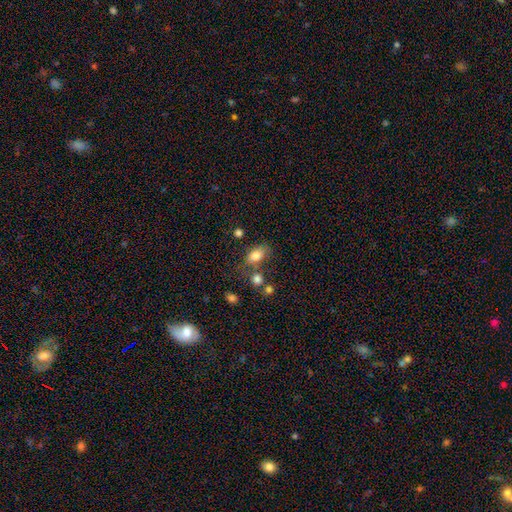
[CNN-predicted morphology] A smooth galaxy with no disk features (81%) that is in between round and cigar-shaped (86%). Merging: none (57%).